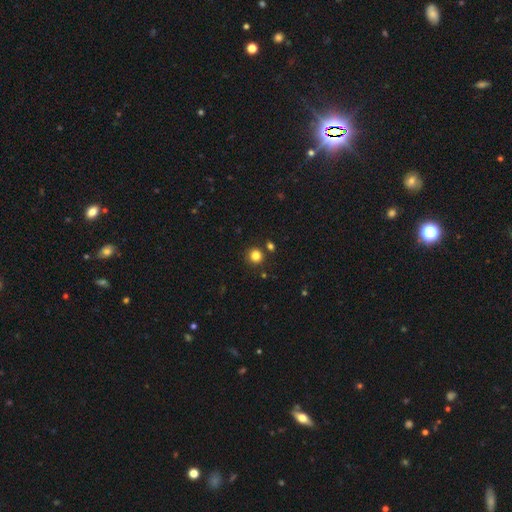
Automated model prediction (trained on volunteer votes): Morphology: type=smooth (83%); roundness=round (92%); merging=none (85%).